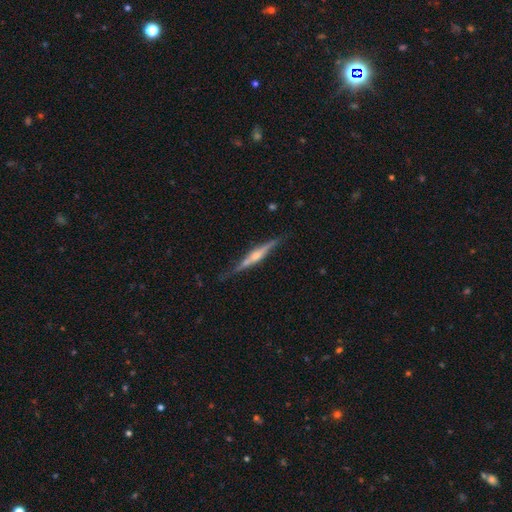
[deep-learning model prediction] This is likely a featured or disk galaxy (73%). It is clearly viewed edge-on (97%). Edge-on bulge: likely rounded (78%). Merging: likely none (76%).